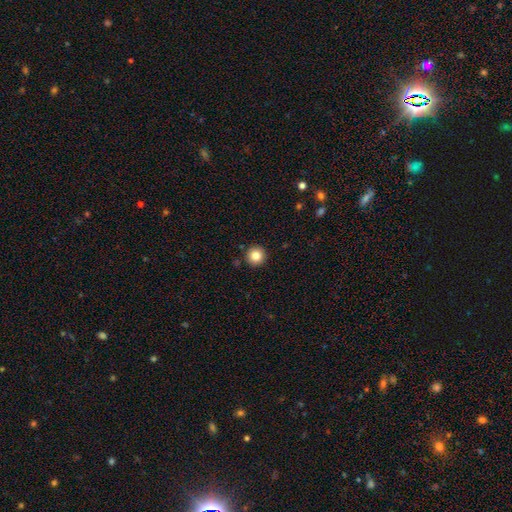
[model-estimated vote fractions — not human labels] Smooth or featured: smooth — 84% (star or artifact — 10%)
How rounded: round — 96% (in between — 3%)
Merging: none — 92% (minor disturbance — 5%)